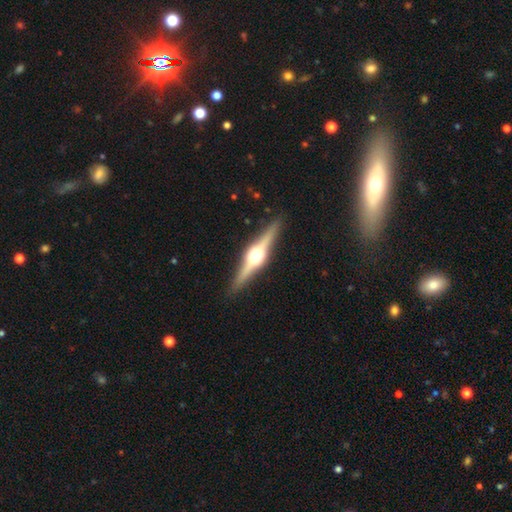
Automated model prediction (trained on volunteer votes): Smooth or featured: featured or disk — 83% (smooth — 12%)
Edge-on disk: yes — 98% (no — 2%)
Edge-on bulge: rounded — 95% (boxy — 4%)
Merging: none — 90% (minor disturbance — 7%)